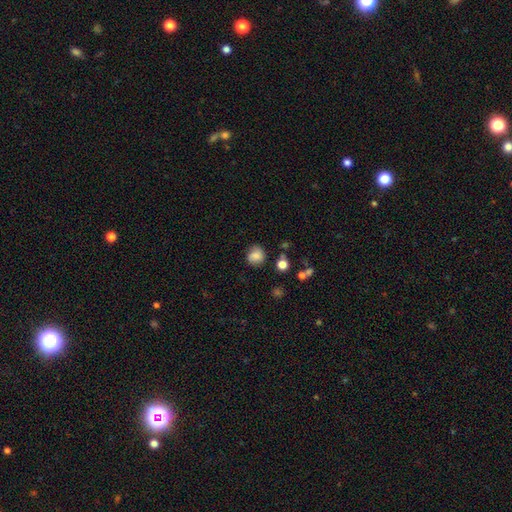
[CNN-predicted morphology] The model was most divided on "merging": none: 74%, minor disturbance: 18%, major disturbance: 5%, merger: 3%. More confident: how rounded — round (83%); smooth or featured — smooth (80%).